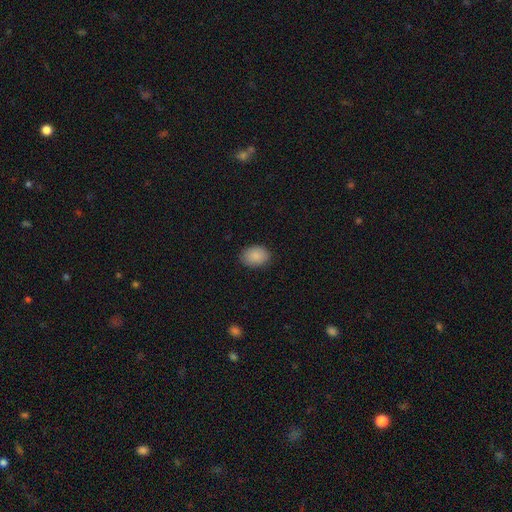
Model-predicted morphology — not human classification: Smooth or featured: smooth — 89% (star or artifact — 7%)
How rounded: in between — 75% (round — 24%)
Merging: none — 87% (minor disturbance — 10%)